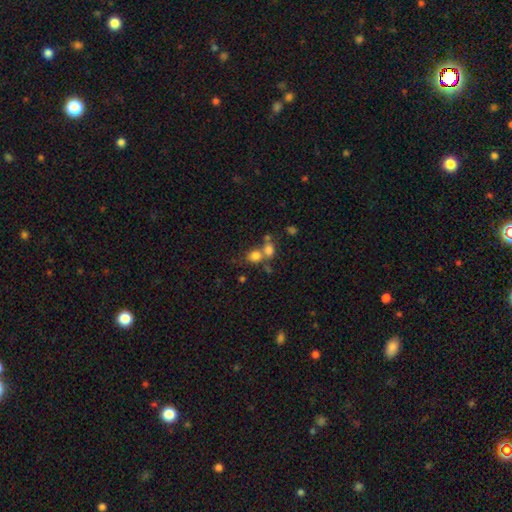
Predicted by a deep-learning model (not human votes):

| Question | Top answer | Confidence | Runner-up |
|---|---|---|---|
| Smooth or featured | smooth | 76% | star or artifact (13%) |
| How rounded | round | 70% | in between (29%) |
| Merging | merger | 48% | none (40%) |